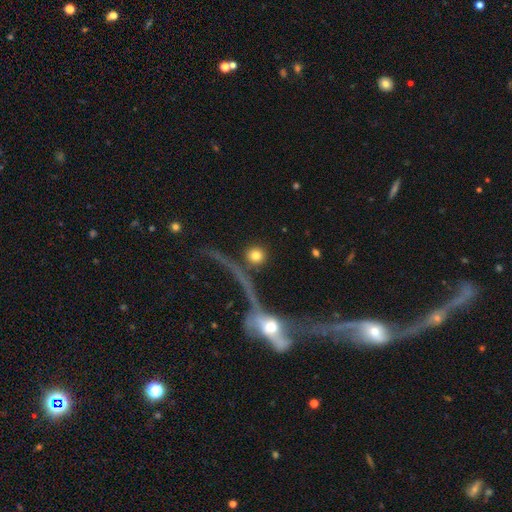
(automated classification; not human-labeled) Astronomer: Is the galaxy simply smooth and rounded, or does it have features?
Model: smooth — 78%.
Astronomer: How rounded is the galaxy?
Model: round — 92%.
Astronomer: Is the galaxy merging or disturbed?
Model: none — 79%.